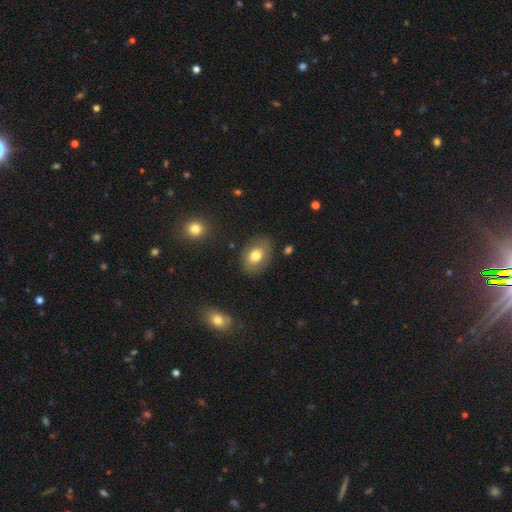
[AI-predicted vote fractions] Smooth or featured: smooth — 71% (featured or disk — 21%)
How rounded: in between — 74% (round — 24%)
Merging: none — 81% (minor disturbance — 13%)